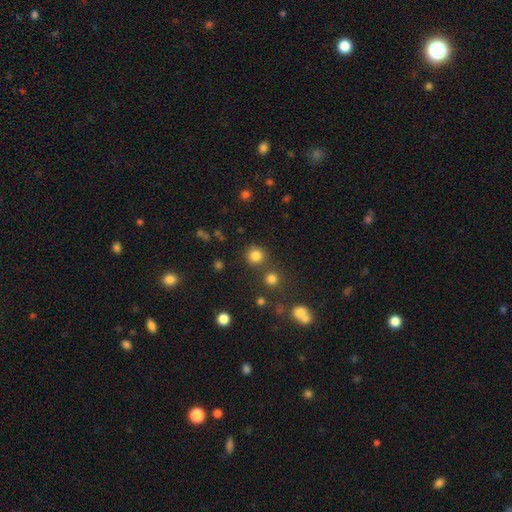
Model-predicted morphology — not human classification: A smooth galaxy with no disk features (81%) that is round (92%).

Vote fractions:
- Smooth or featured? smooth: 81% / star or artifact: 15% / featured or disk: 5%
- How rounded? round: 92% / in between: 7% / cigar-shaped: 1%
- Merging? none: 80% / merger: 10% / minor disturbance: 7% / major disturbance: 3%